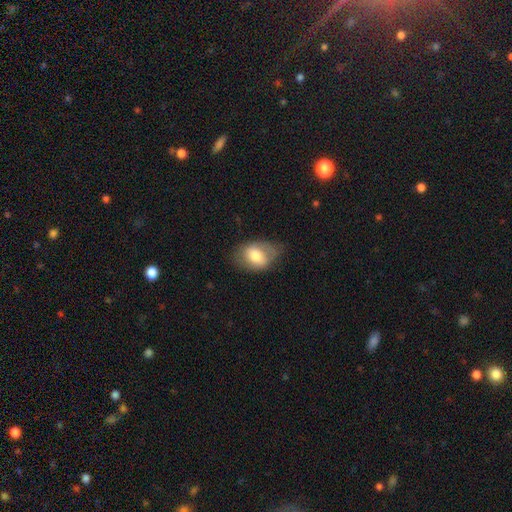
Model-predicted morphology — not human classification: Overall: smooth (68%). How rounded: in between (78%). Merging: none (58%; minor disturbance 29%).